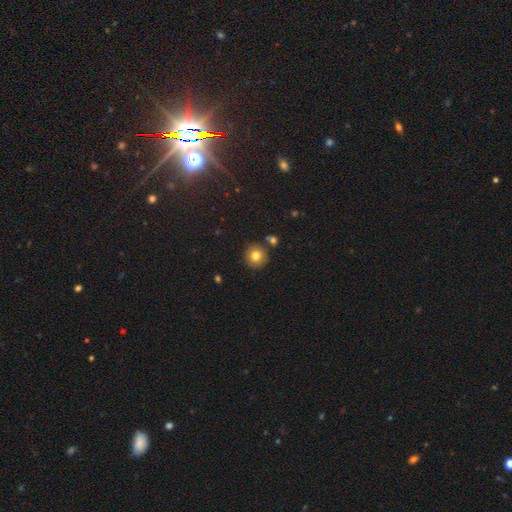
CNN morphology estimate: Smooth or featured? smooth (79%)
How rounded? round (93%)
Merging? none (84%)